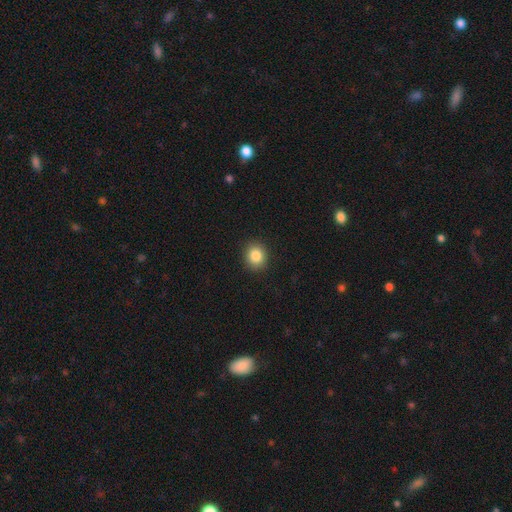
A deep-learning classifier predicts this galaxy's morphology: Smooth or featured? Predicted: smooth (p=0.85). How rounded? Predicted: round (p=0.72). Merging? Predicted: none (p=0.91).